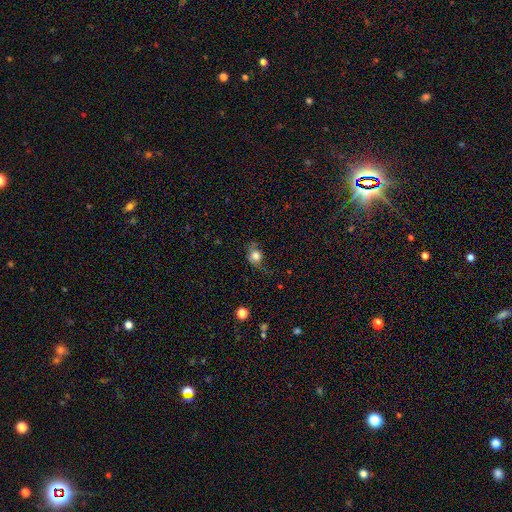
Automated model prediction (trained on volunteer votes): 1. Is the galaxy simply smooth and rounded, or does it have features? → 74% smooth, 14% featured or disk, 11% star or artifact.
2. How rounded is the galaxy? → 69% round, 29% in between, 2% cigar-shaped.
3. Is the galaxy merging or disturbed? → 51% none, 30% minor disturbance, 18% major disturbance, 2% merger.